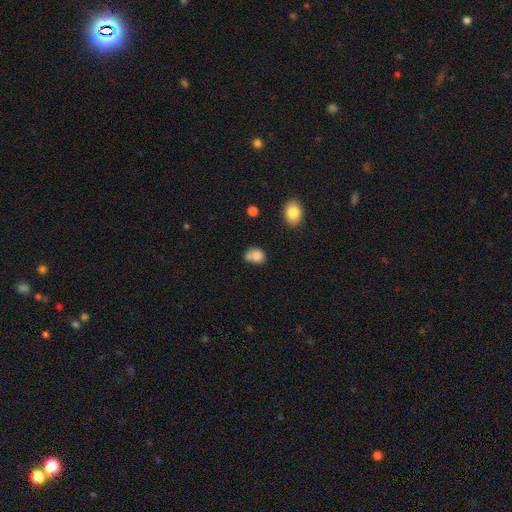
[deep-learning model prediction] This appears to be a smooth galaxy with no disk features (80%) that is round (51%). Merging: none (39%).